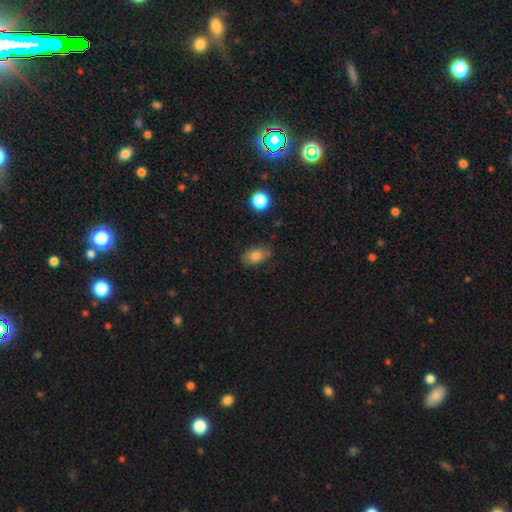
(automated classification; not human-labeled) Smooth or featured? Predicted: smooth (p=0.79). How rounded? Predicted: in between (p=0.84). Merging? Predicted: none (p=0.78).